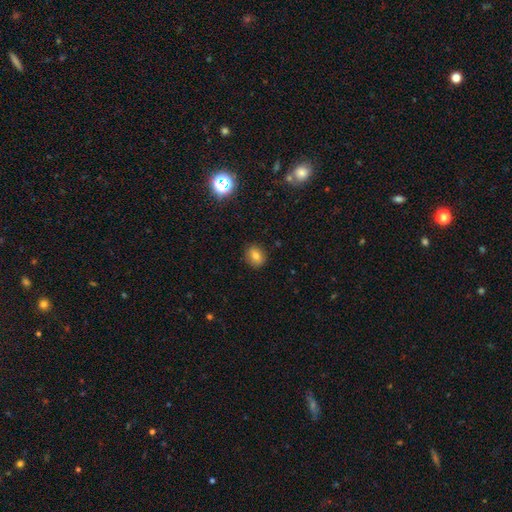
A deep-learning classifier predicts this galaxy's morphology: This is likely a smooth galaxy (76%). How rounded: likely round (65%). Merging: clearly none (88%).